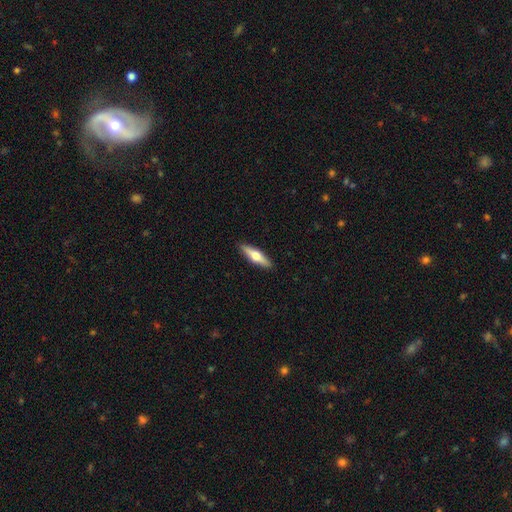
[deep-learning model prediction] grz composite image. It shows a featured or disk galaxy (49%). Merging: none (91%).